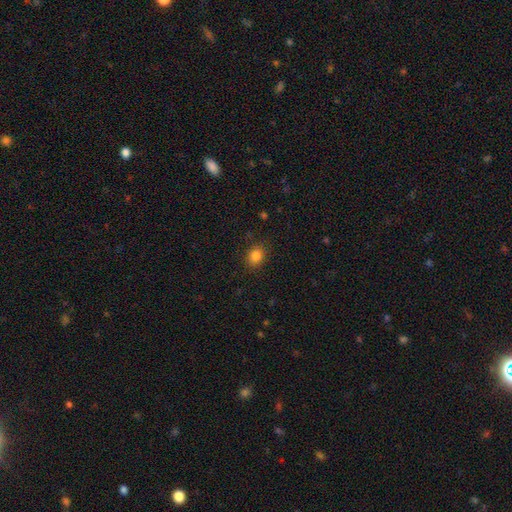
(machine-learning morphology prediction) Smooth or featured? smooth (84%)
How rounded? round (57%)
Merging? none (85%)